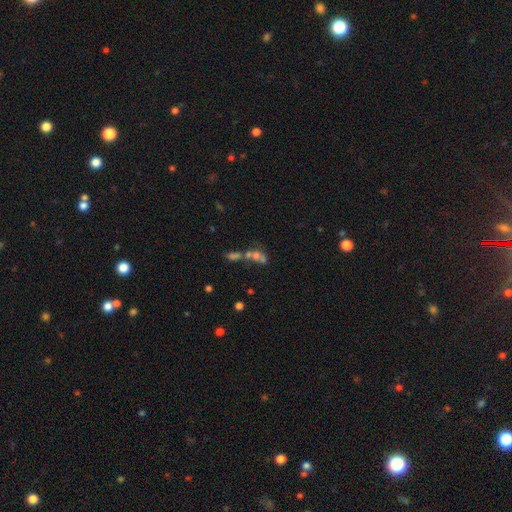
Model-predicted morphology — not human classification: Smooth or featured? Predicted: smooth (p=0.44). Merging? Predicted: merger (p=0.54).